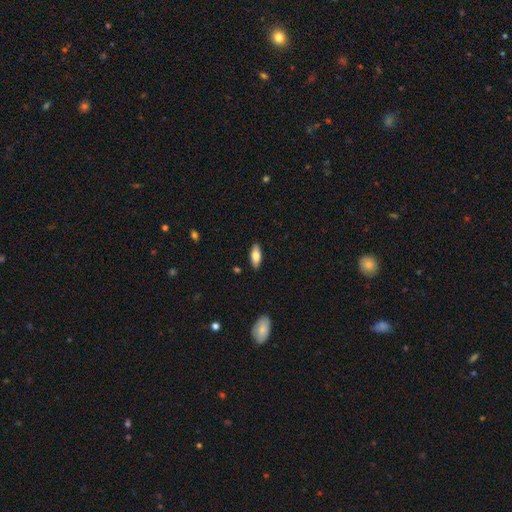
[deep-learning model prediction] Q: Smooth or featured?
A: smooth (72%); runner-up: featured or disk (22%)
Q: How rounded?
A: in between (75%); runner-up: cigar-shaped (23%)
Q: Merging?
A: none (88%); runner-up: minor disturbance (9%)